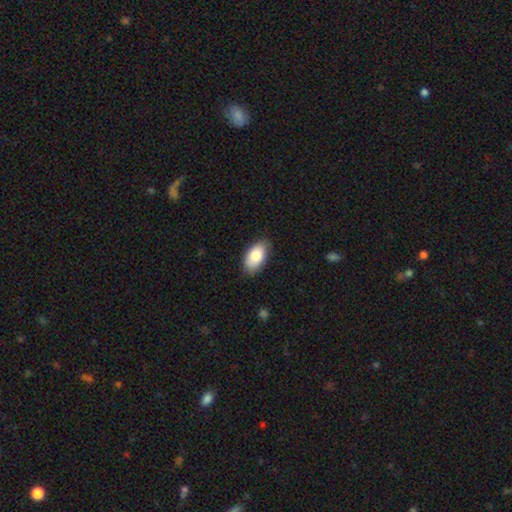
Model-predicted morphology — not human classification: type=smooth (83%); roundness=in between (94%); merging=none (82%).